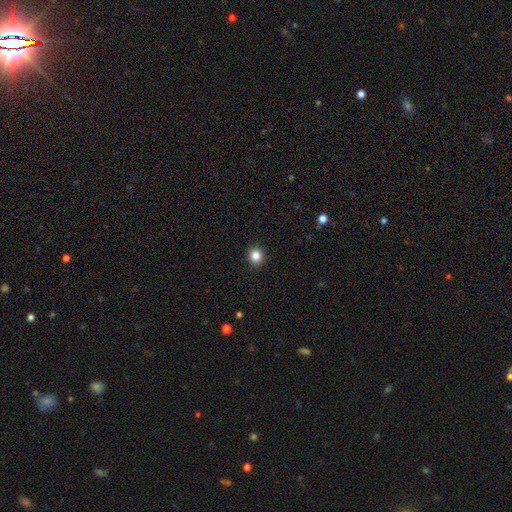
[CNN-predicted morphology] This appears to be a smooth galaxy with no disk features (85%) that is round (85%). Merging: none (93%).